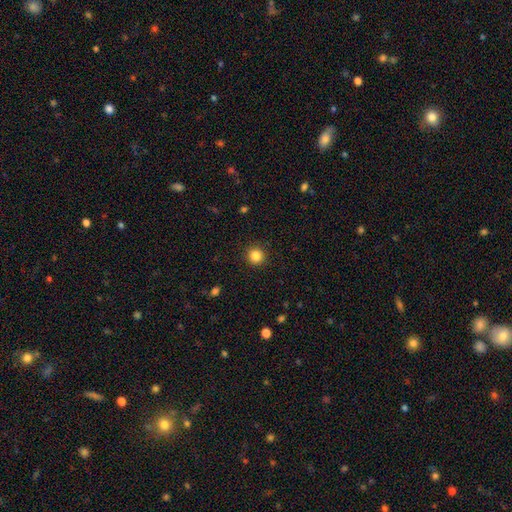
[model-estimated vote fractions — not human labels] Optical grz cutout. It shows a smooth galaxy with no disk features (85%) that is round (94%). Merging: none (92%).